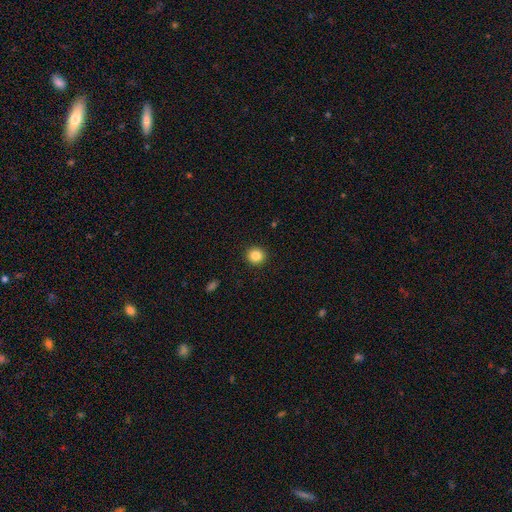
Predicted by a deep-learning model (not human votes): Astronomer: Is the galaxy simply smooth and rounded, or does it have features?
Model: smooth — 85%.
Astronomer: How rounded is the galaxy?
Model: round — 91%.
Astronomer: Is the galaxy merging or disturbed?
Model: none — 92%.